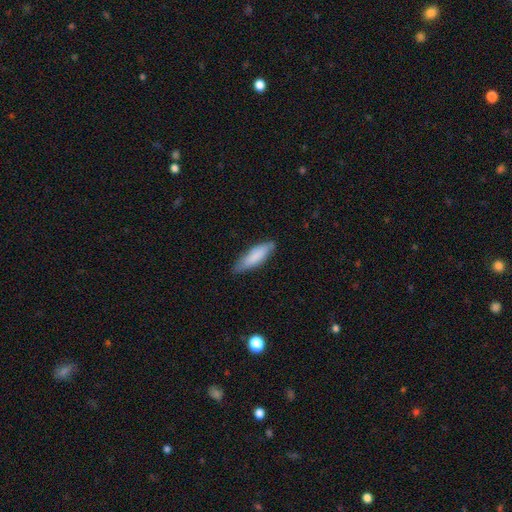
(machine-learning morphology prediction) Overall: smooth (81%). How rounded: cigar-shaped (57%; in between 42%). Merging: none (73%).